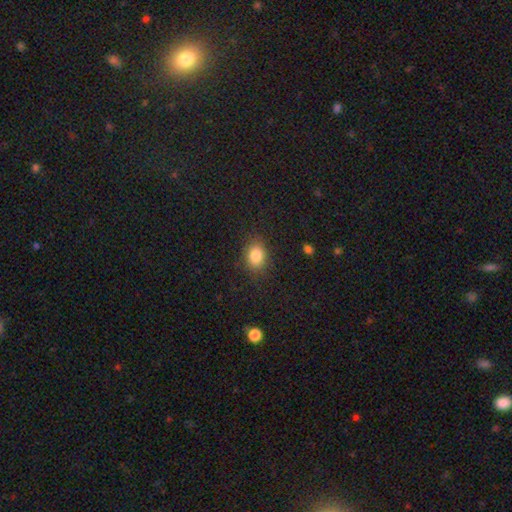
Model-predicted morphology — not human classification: type=smooth (84%); roundness=in between (60%); merging=none (84%).